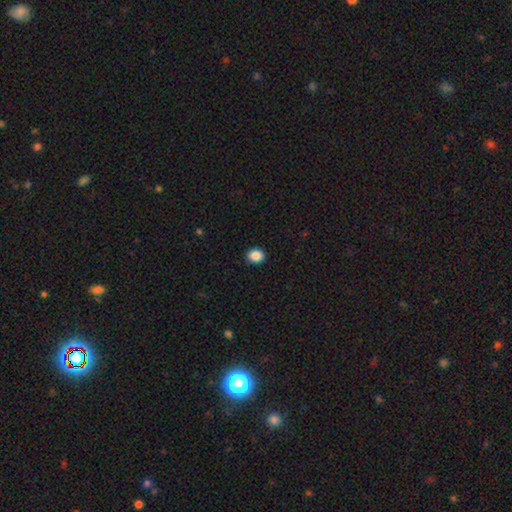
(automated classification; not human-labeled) A smooth galaxy with no disk features (88%) that is round (51%).

Vote fractions:
- Smooth or featured? smooth: 88% / star or artifact: 9% / featured or disk: 3%
- How rounded? round: 51% / in between: 48% / cigar-shaped: 1%
- Merging? none: 91% / minor disturbance: 7% / major disturbance: 2% / merger: 1%